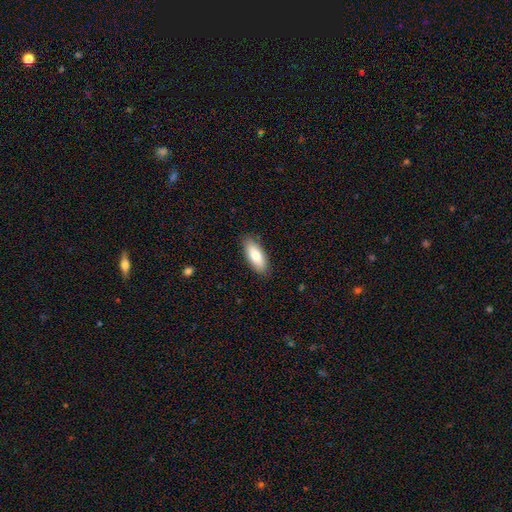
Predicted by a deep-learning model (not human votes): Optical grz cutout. It shows a smooth galaxy with no disk features (78%) that is in between round and cigar-shaped (76%). Merging: none (87%).